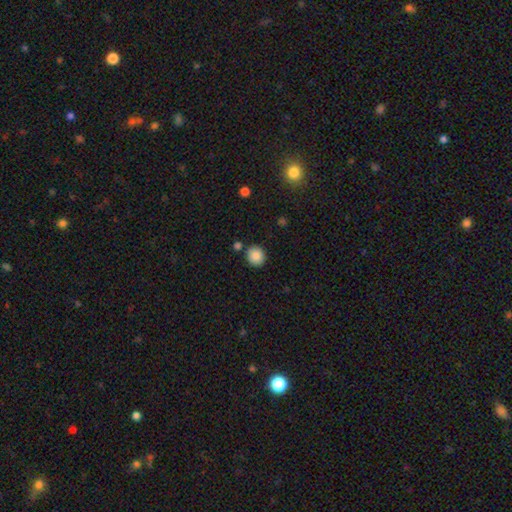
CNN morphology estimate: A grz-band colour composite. It shows a smooth galaxy with no disk features (88%) that is round (83%). Merging: none (82%).